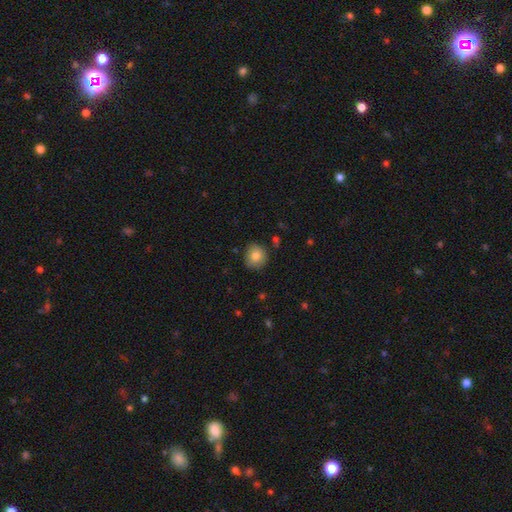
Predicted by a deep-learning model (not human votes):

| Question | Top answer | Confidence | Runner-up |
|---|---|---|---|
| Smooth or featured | smooth | 81% | featured or disk (10%) |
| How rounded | round | 90% | in between (9%) |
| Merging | none | 88% | minor disturbance (9%) |